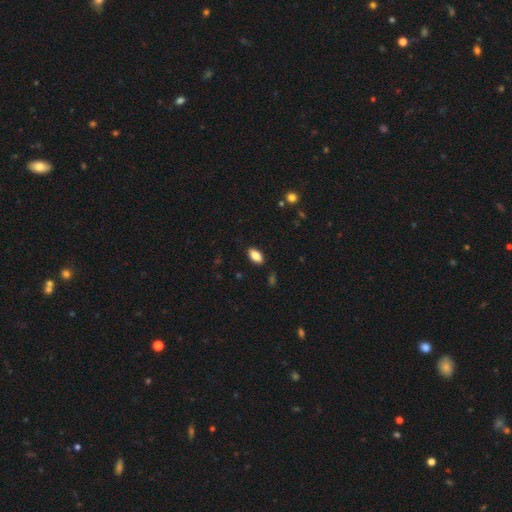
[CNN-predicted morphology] smooth_or_featured: smooth (p=0.82) [alt: featured or disk p=0.11]
how_rounded: in between (p=0.91) [alt: cigar-shaped p=0.06]
merging: none (p=0.88) [alt: minor disturbance p=0.09]